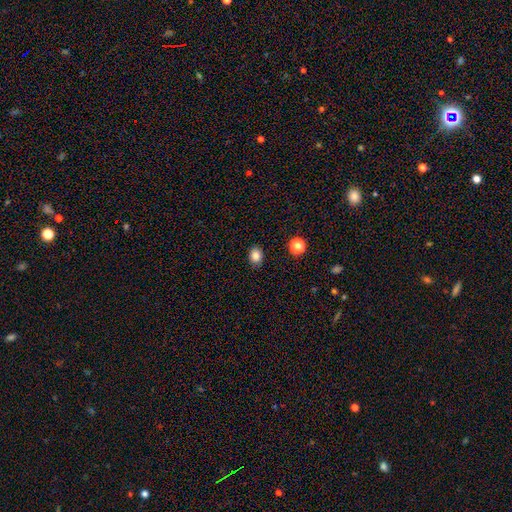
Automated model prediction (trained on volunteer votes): This is clearly a smooth galaxy (84%). How rounded: possibly in between (50%). Merging: clearly none (89%).